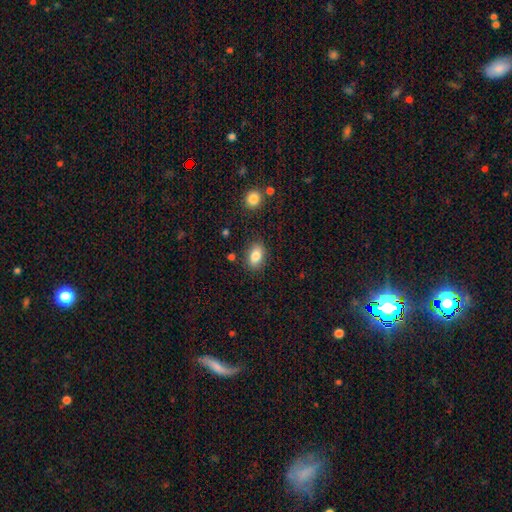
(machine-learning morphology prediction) Q: Smooth or featured?
A: smooth (84%); runner-up: star or artifact (8%)
Q: How rounded?
A: in between (85%); runner-up: round (13%)
Q: Merging?
A: none (84%); runner-up: minor disturbance (11%)